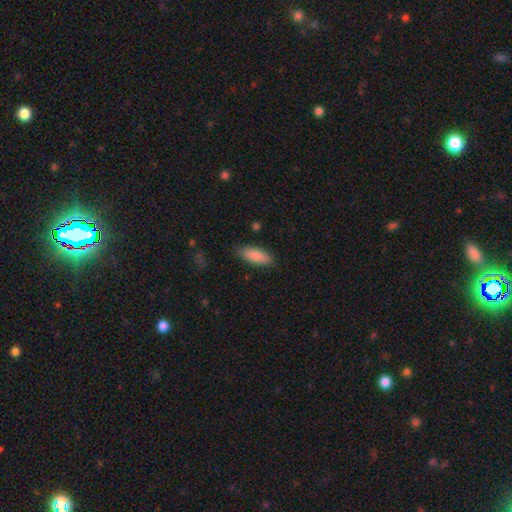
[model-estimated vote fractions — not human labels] This is clearly a smooth galaxy (86%). How rounded: likely in between (74%). Merging: clearly none (84%).